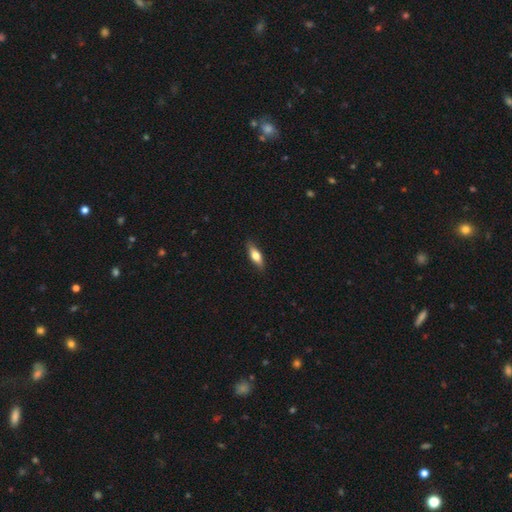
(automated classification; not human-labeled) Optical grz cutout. It shows a smooth galaxy with no disk features (63%) that is in between round and cigar-shaped (58%). Merging: none (86%).